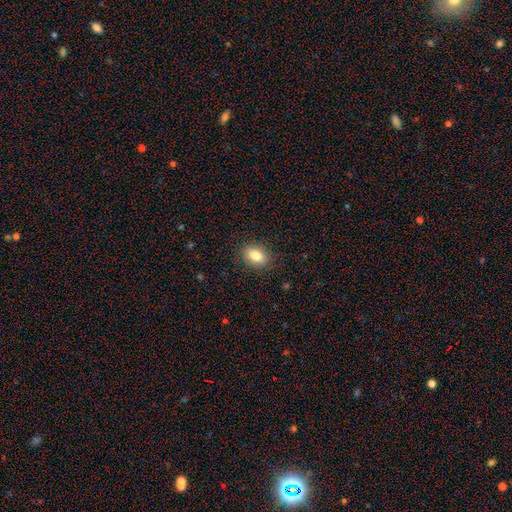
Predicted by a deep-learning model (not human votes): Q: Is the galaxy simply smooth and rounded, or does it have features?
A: smooth — 83%.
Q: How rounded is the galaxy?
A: in between — 71%.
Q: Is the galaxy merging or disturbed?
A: none — 88%.